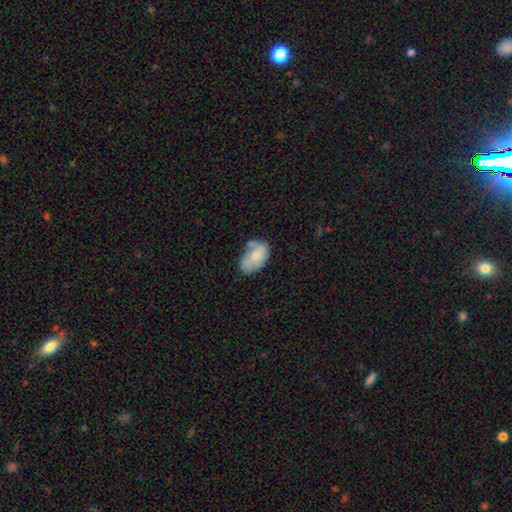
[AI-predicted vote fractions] Smooth or featured? smooth (65%)
How rounded? in between (91%)
Merging? none (38%)